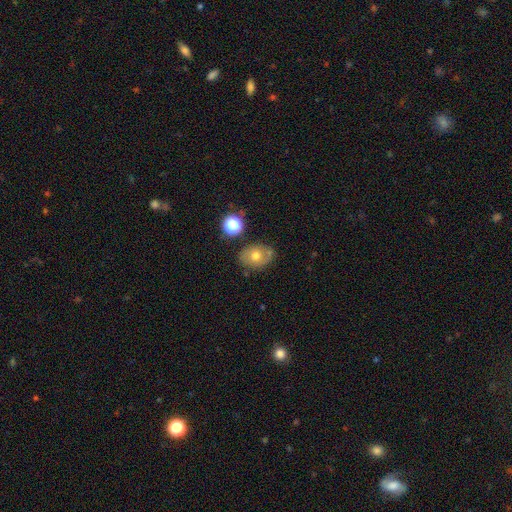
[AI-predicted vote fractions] Morphology: type=smooth (58%); roundness=in between (58%); merging=none (68%).